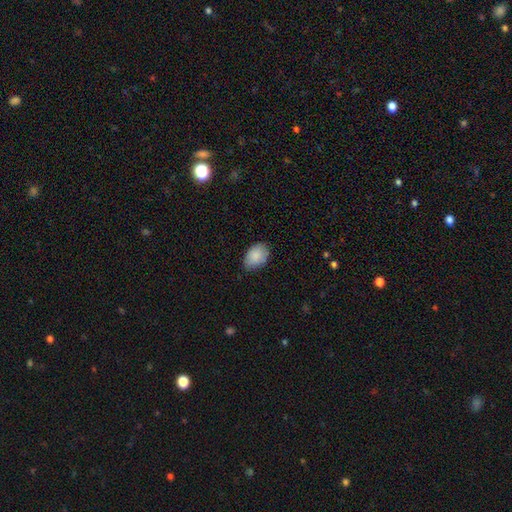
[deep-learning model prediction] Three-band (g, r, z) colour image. It shows a smooth galaxy with no disk features (87%) that is in between round and cigar-shaped (85%). Merging: none (74%).